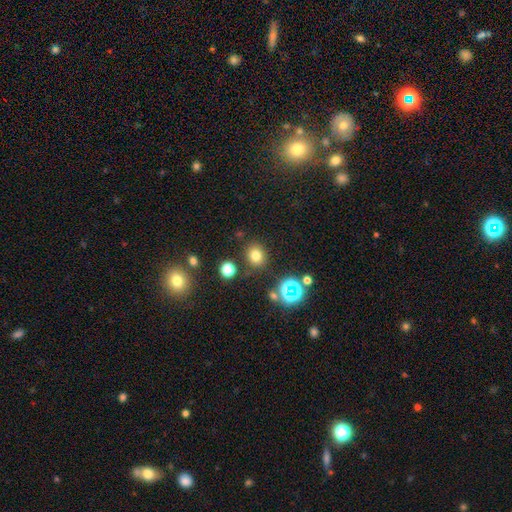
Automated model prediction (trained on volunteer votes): Smooth or featured?
  - smooth: 74% *
  - star or artifact: 19%
  - featured or disk: 7%
How rounded?
  - round: 75% *
  - in between: 24%
  - cigar-shaped: 1%
Merging?
  - none: 83% *
  - minor disturbance: 9%
  - merger: 4%
  - major disturbance: 3%